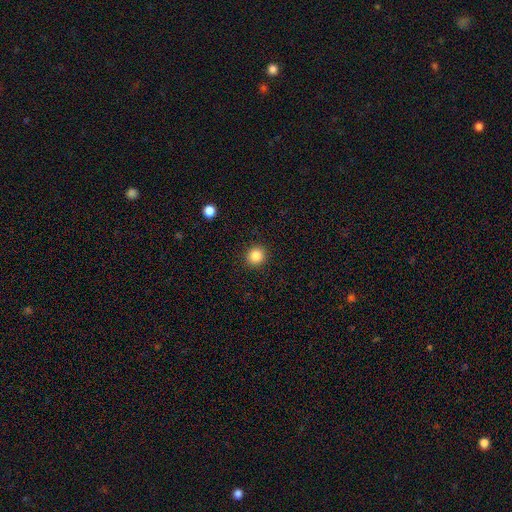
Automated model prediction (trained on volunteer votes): Q: Smooth or featured?
A: smooth (85%); runner-up: star or artifact (10%)
Q: How rounded?
A: round (89%); runner-up: in between (10%)
Q: Merging?
A: none (92%); runner-up: minor disturbance (5%)